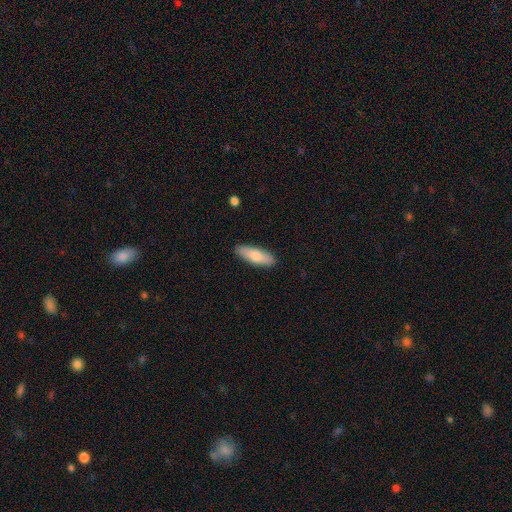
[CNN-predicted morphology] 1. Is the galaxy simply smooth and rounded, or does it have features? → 77% smooth, 18% featured or disk, 5% star or artifact.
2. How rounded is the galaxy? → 59% in between, 39% cigar-shaped, 2% round.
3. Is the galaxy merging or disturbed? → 89% none, 9% minor disturbance, 2% major disturbance, 1% merger.